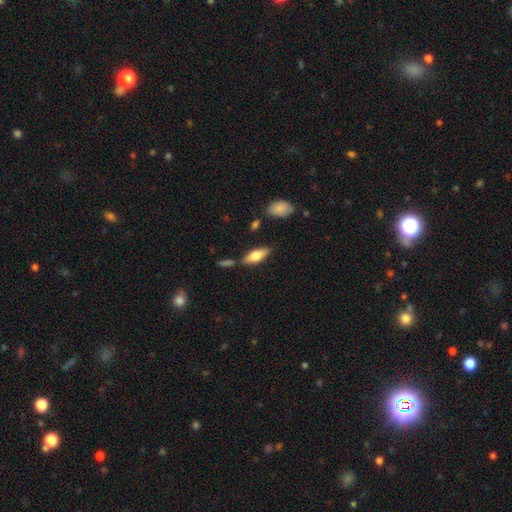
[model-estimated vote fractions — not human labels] A smooth galaxy with no disk features (63%) that is in between round and cigar-shaped (68%).

Vote fractions:
- Smooth or featured? smooth: 63% / featured or disk: 31% / star or artifact: 6%
- How rounded? in between: 68% / cigar-shaped: 30% / round: 2%
- Merging? none: 74% / minor disturbance: 15% / merger: 7% / major disturbance: 4%